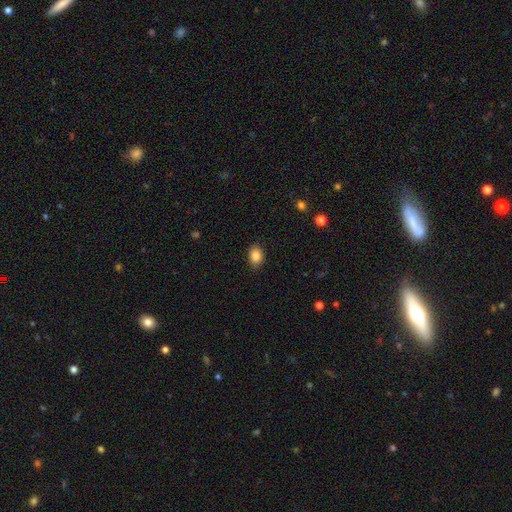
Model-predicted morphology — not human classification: Smooth or featured: smooth — 87% (star or artifact — 9%)
How rounded: in between — 73% (round — 25%)
Merging: none — 85% (minor disturbance — 11%)